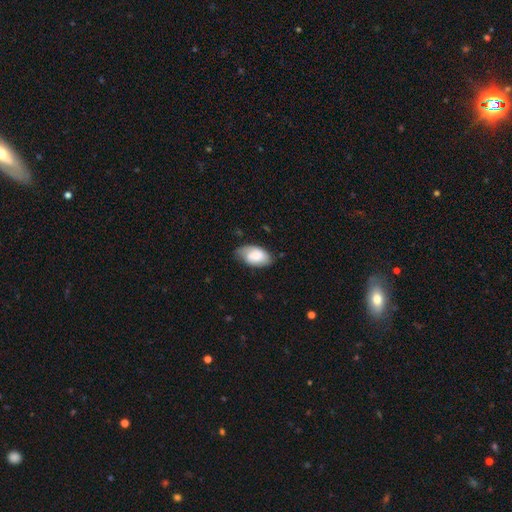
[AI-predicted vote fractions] The model was most divided on "merging": none: 63%, minor disturbance: 29%, major disturbance: 6%, merger: 2%. More confident: how rounded — in between (93%); smooth or featured — smooth (68%).